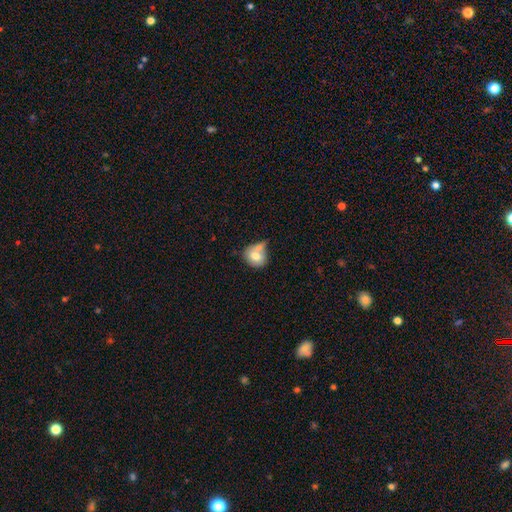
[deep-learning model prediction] smooth_or_featured: smooth (p=0.73) [alt: featured or disk p=0.19]
how_rounded: round (p=0.66) [alt: in between p=0.33]
merging: merger (p=0.36) [alt: none p=0.34]